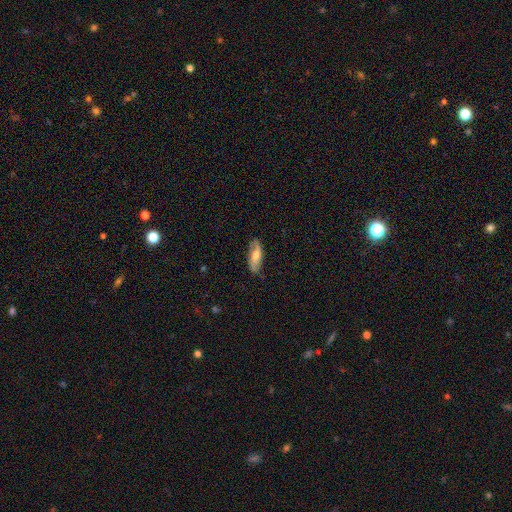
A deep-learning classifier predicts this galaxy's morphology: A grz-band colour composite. It shows a smooth galaxy with no disk features (49%). Merging: none (74%).